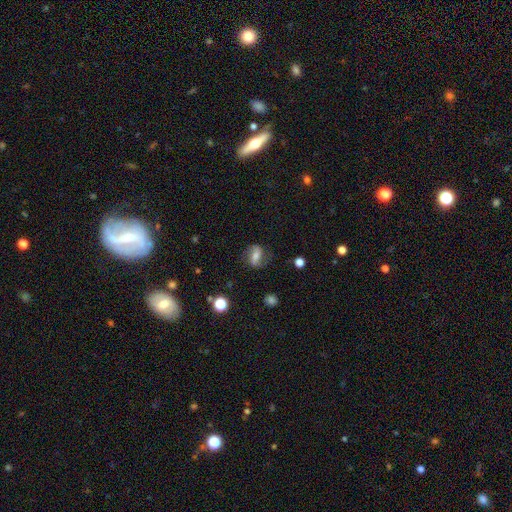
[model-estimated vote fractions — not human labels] This appears to be a featured or disk galaxy (50%). Merging: none (75%).